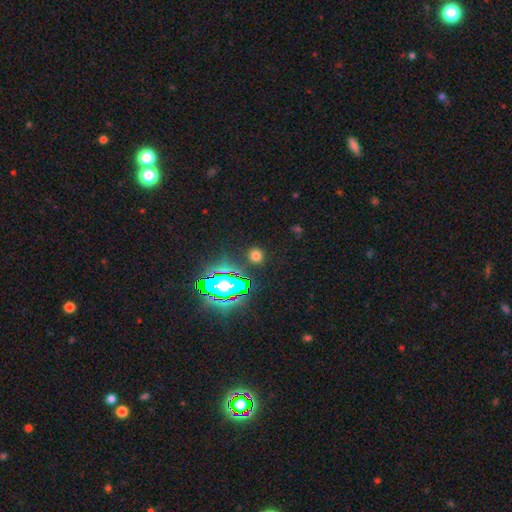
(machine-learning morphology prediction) This is likely a smooth galaxy (63%). How rounded: clearly round (83%). Merging: clearly none (86%).